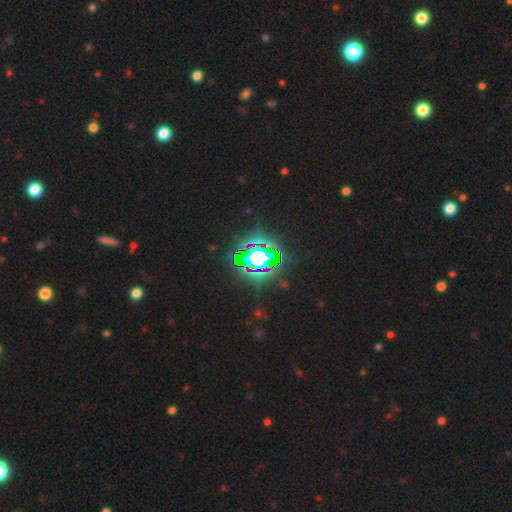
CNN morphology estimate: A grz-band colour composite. It shows a star or artifact, not a galaxy (75%).